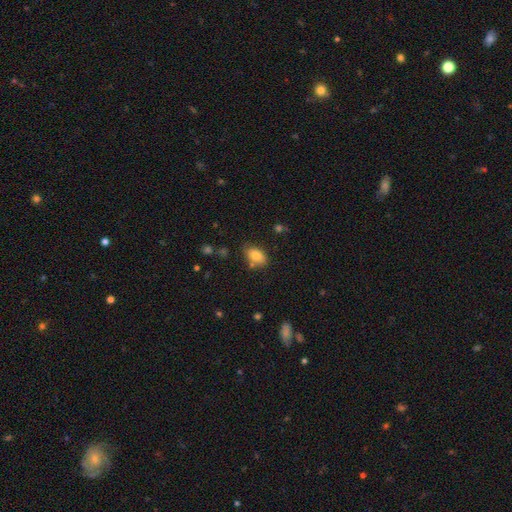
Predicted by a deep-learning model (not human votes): A smooth galaxy with no disk features (80%) that is in between round and cigar-shaped (89%).

Vote fractions:
- Smooth or featured? smooth: 80% / featured or disk: 12% / star or artifact: 9%
- How rounded? in between: 89% / round: 9% / cigar-shaped: 2%
- Merging? none: 72% / minor disturbance: 17% / merger: 6% / major disturbance: 4%